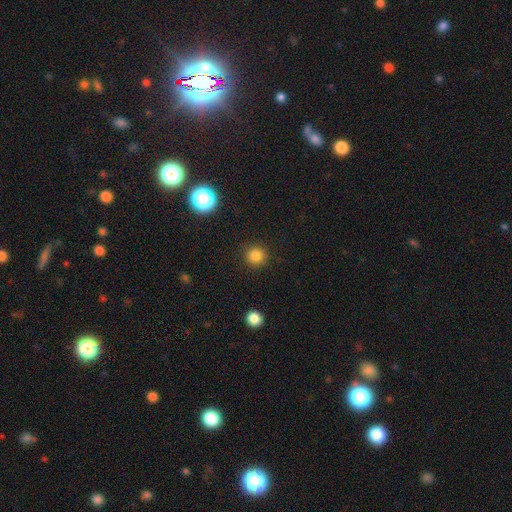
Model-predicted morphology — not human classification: A smooth galaxy with no disk features (84%) that is round (94%).

Vote fractions:
- Smooth or featured? smooth: 84% / star or artifact: 12% / featured or disk: 3%
- How rounded? round: 94% / in between: 5% / cigar-shaped: 1%
- Merging? none: 90% / minor disturbance: 6% / major disturbance: 2% / merger: 1%